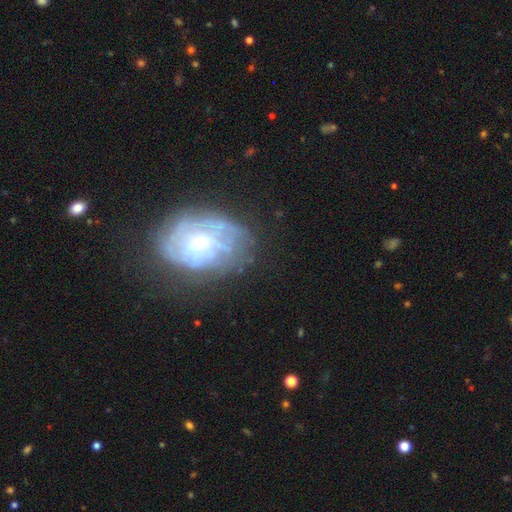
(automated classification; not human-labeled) smooth-or-featured: featured or disk: 73% | smooth: 17% | star or artifact: 10%
  disk-edge-on: no: 96% | yes: 4%
    bar: no: 67% | weak: 26% | strong: 7%
    has-spiral-arms: yes: 80% | no: 20%
      spiral-winding: tight: 69% | medium: 23% | loose: 8%
      spiral-arm-count: can't tell: 53% | 2: 18% | 3: 11% | 4: 7% | more than 4: 6% | 1: 5%
    bulge-size: small: 51% | moderate: 43% | large: 3% | none: 2% | dominant: 1%
  merging: none: 68% | minor disturbance: 21% | major disturbance: 10% | merger: 2%